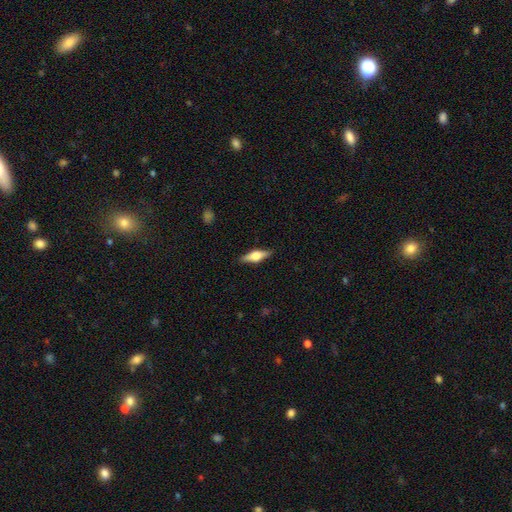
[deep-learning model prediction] This appears to be a featured or disk galaxy (55%) viewed edge-on (94%) with a rounded central bulge (91%). Merging: none (88%).